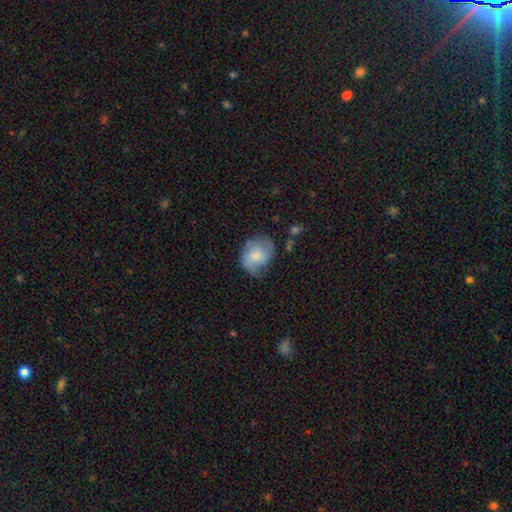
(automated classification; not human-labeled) Smooth or featured? Predicted: smooth (p=0.62). How rounded? Predicted: in between (p=0.58). Merging? Predicted: none (p=0.50).